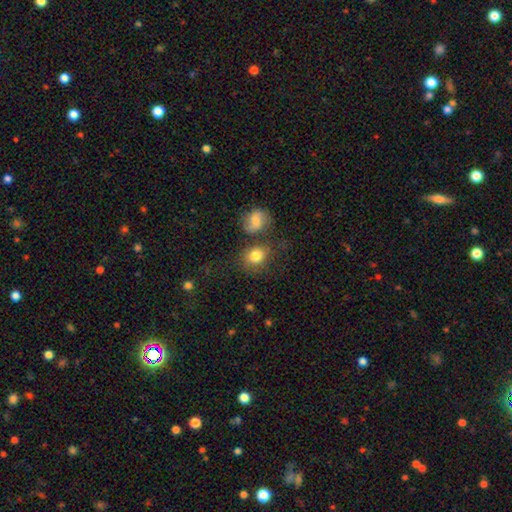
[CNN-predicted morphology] A smooth galaxy with no disk features (78%) that is round (67%). Merging: none (60%).